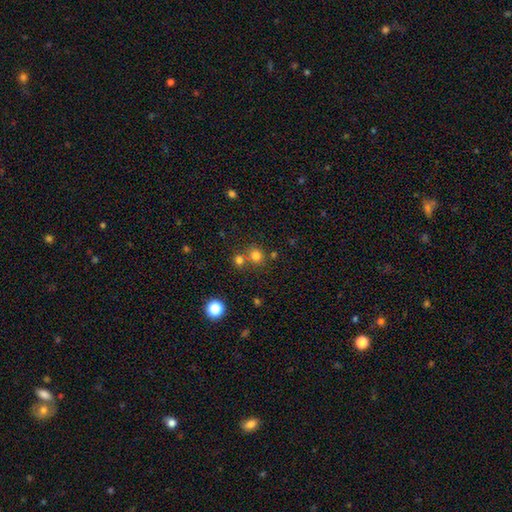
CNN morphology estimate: Smooth or featured? Predicted: smooth (p=0.76). How rounded? Predicted: round (p=0.85). Merging? Predicted: none (p=0.63).